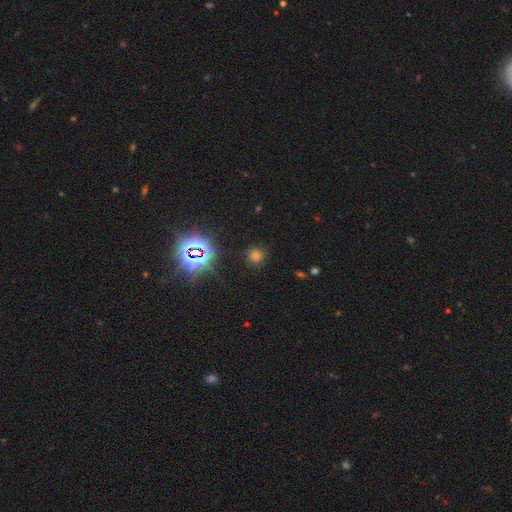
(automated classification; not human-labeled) The model was most divided on "smooth or featured": smooth: 61%, star or artifact: 32%, featured or disk: 7%. More confident: how rounded — round (91%); merging — none (87%).